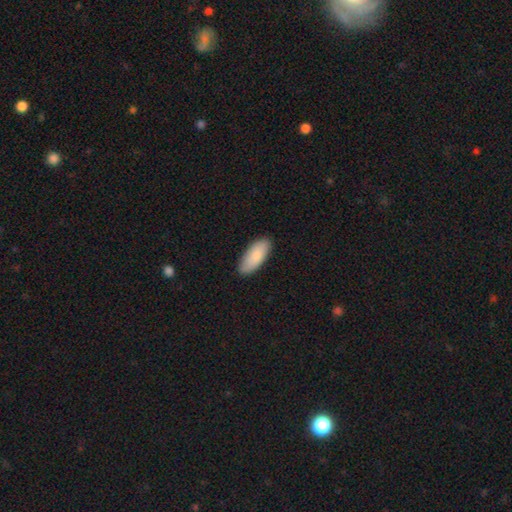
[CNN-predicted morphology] smooth_or_featured: smooth (p=0.84) [alt: featured or disk p=0.10]
how_rounded: in between (p=0.86) [alt: cigar-shaped p=0.13]
merging: none (p=0.87) [alt: minor disturbance p=0.10]